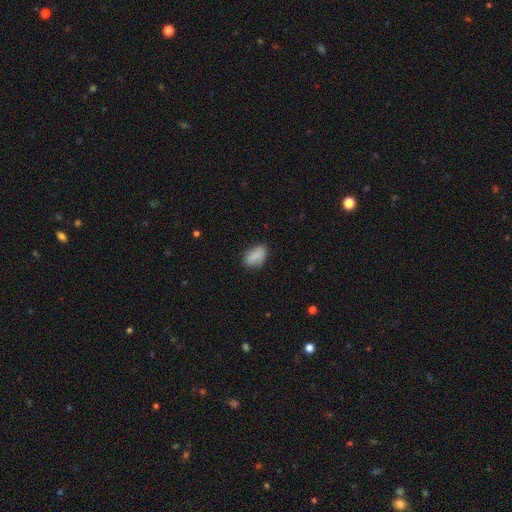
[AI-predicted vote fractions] This is clearly a smooth galaxy (86%). How rounded: clearly in between (90%). Merging: clearly none (81%).